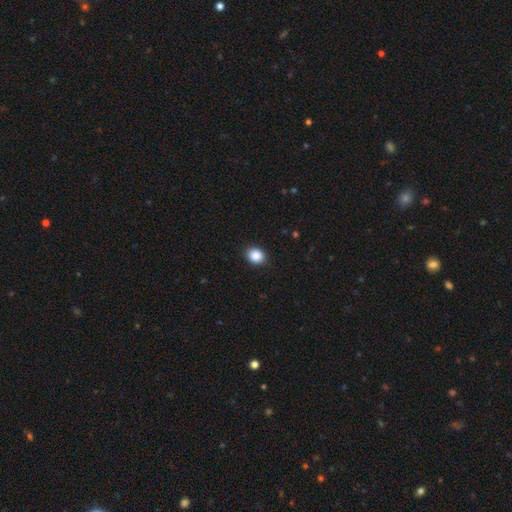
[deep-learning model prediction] smooth_or_featured: smooth (p=0.89) [alt: star or artifact p=0.09]
how_rounded: round (p=0.59) [alt: in between p=0.41]
merging: none (p=0.90) [alt: minor disturbance p=0.07]